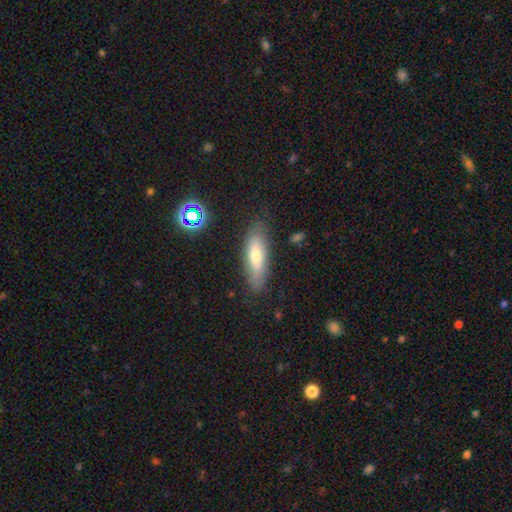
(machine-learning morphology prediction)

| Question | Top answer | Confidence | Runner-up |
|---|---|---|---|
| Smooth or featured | smooth | 61% | featured or disk (30%) |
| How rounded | cigar-shaped | 51% | in between (47%) |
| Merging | none | 79% | minor disturbance (15%) |